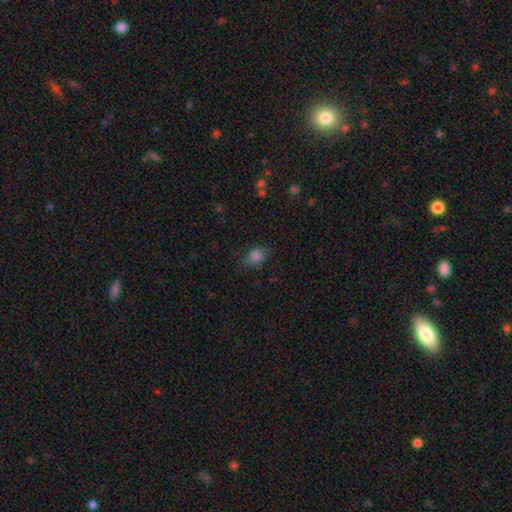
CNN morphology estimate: This is clearly a smooth galaxy (83%). How rounded: likely in between (61%). Merging: likely none (76%).